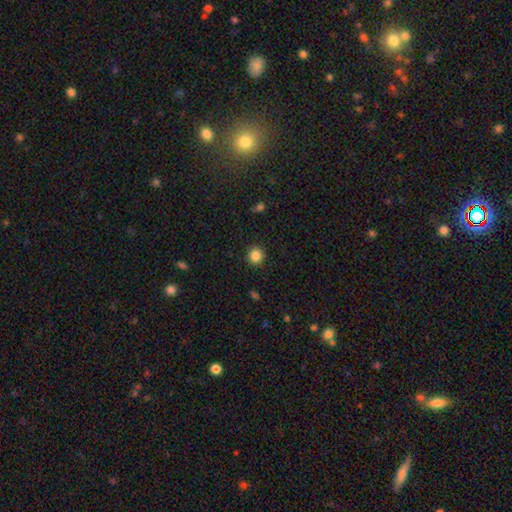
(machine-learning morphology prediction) smooth-or-featured: smooth: 85% | star or artifact: 11% | featured or disk: 4%
  how-rounded: round: 93% | in between: 6% | cigar-shaped: 1%
  merging: none: 91% | minor disturbance: 6% | major disturbance: 2% | merger: 1%